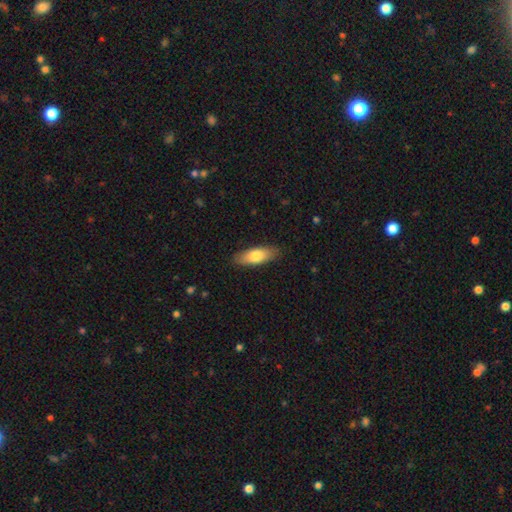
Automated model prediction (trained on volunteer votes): A smooth galaxy with no disk features (76%) that is in between round and cigar-shaped (70%). Merging: none (86%).